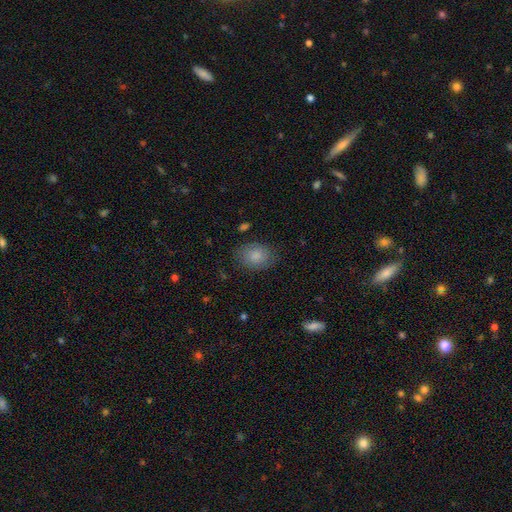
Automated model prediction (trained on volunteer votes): smooth 80%, featured or disk 12%, star or artifact 8%. Down the decision tree: how rounded — in between (71%); merging — none (77%).